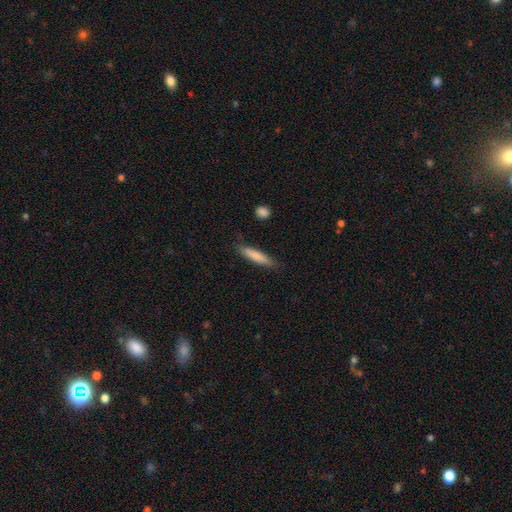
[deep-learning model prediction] Smooth or featured? smooth (79%)
How rounded? cigar-shaped (87%)
Merging? none (82%)